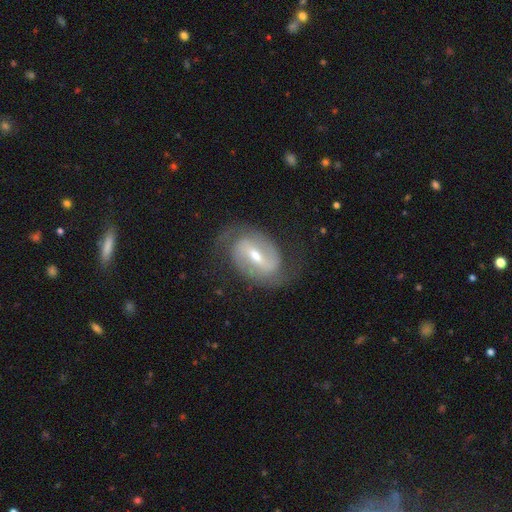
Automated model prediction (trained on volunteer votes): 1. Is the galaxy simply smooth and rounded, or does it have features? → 87% featured or disk, 8% smooth, 5% star or artifact.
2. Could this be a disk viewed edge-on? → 96% no, 4% yes.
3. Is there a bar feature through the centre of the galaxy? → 50% strong, 40% weak, 11% no.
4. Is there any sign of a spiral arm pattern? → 94% yes, 6% no.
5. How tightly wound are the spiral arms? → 48% medium, 31% tight, 21% loose.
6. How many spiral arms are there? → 87% 2, 6% can't tell, 2% 1, 2% 3, 1% 4, 1% more than 4.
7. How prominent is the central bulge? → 52% moderate, 43% small, 3% large, 1% none, 1% dominant.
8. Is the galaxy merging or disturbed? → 73% none, 16% minor disturbance, 10% major disturbance, 1% merger.